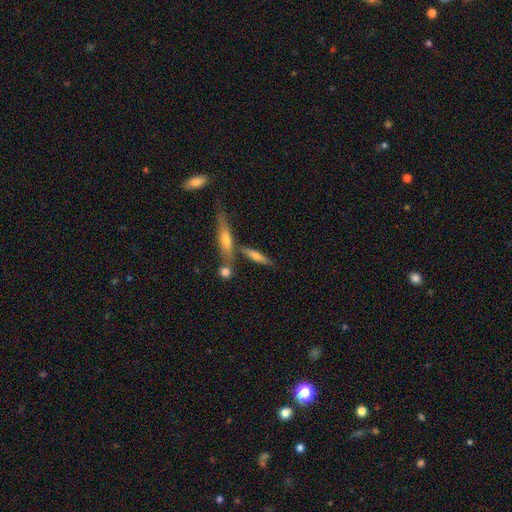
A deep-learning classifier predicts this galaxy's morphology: Smooth or featured? Predicted: smooth (p=0.53). How rounded? Predicted: cigar-shaped (p=0.71). Merging? Predicted: none (p=0.61).